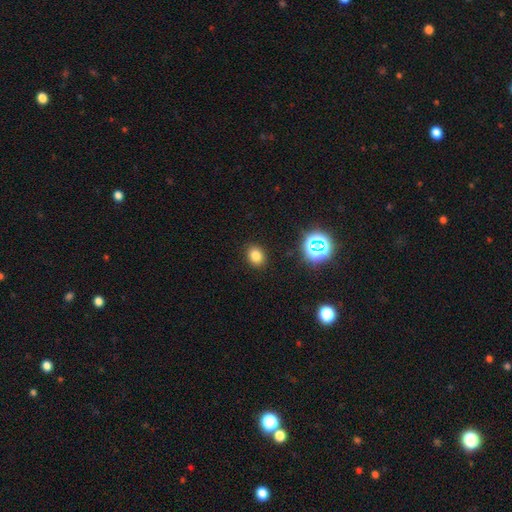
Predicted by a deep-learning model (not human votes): This appears to be a smooth galaxy with no disk features (78%) that is in between round and cigar-shaped (55%). Merging: none (89%).